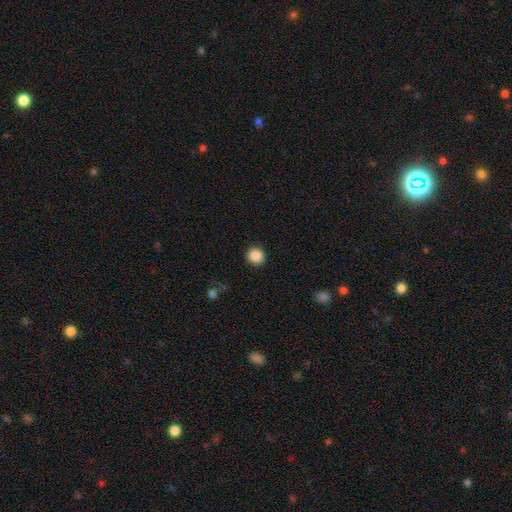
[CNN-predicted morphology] A smooth galaxy with no disk features (88%) that is round (93%).

Vote fractions:
- Smooth or featured? smooth: 88% / star or artifact: 9% / featured or disk: 3%
- How rounded? round: 93% / in between: 6% / cigar-shaped: 1%
- Merging? none: 91% / minor disturbance: 6% / major disturbance: 2% / merger: 1%